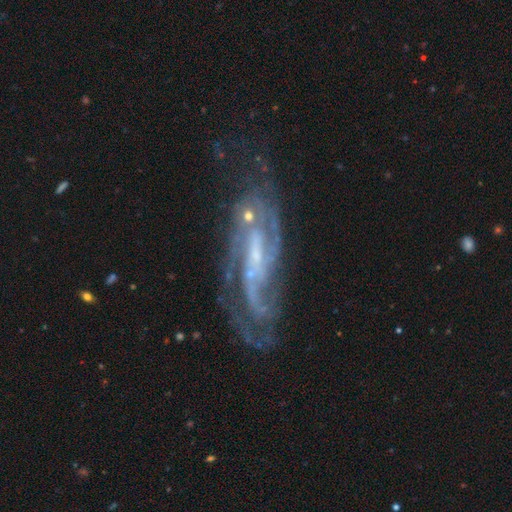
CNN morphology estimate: smooth_or_featured: featured or disk (p=0.88) [alt: star or artifact p=0.07]
disk_edge_on: no (p=0.90) [alt: yes p=0.10]
bar: weak (p=0.44) [alt: strong p=0.29]
has_spiral_arms: yes (p=0.96) [alt: no p=0.04]
spiral_winding: medium (p=0.47) [alt: tight p=0.38]
spiral_arm_count: 2 (p=0.41) [alt: can't tell p=0.21]
bulge_size: small (p=0.63) [alt: none p=0.18]
merging: none (p=0.62) [alt: minor disturbance p=0.19]